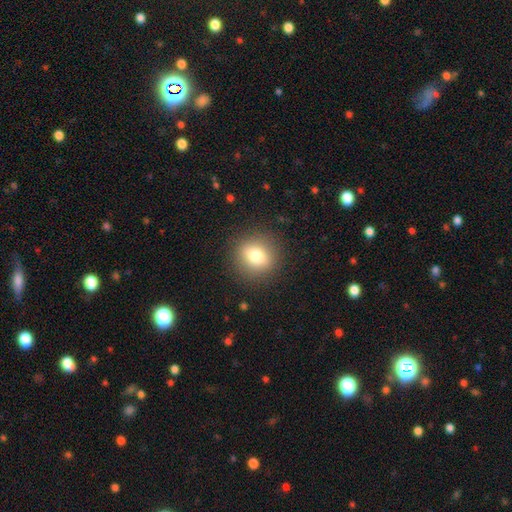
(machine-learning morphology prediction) The model was most divided on "smooth or featured": smooth: 78%, featured or disk: 11%, star or artifact: 11%. More confident: merging — none (88%); how rounded — round (83%).